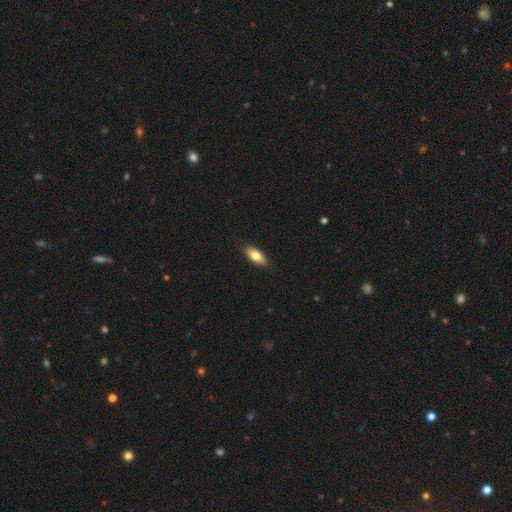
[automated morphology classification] Overall: smooth (71%). How rounded: in between (73%). Merging: none (87%).